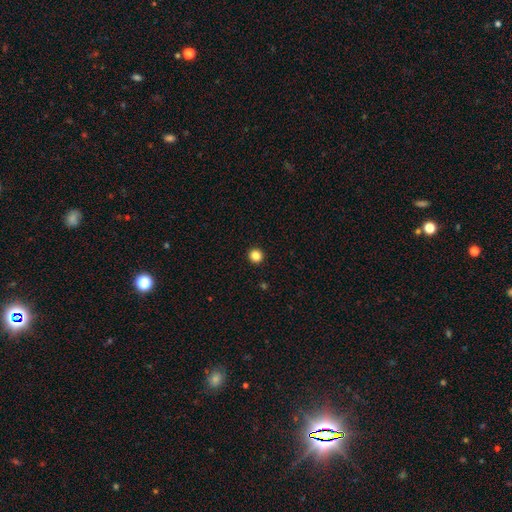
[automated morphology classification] Smooth or featured? Predicted: smooth (p=0.85). How rounded? Predicted: round (p=0.96). Merging? Predicted: none (p=0.94).